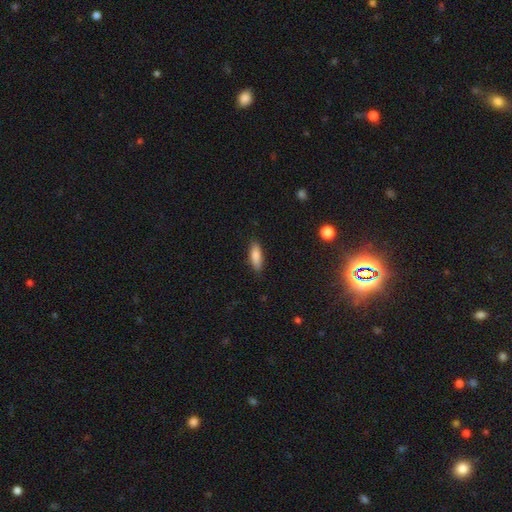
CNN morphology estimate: Smooth or featured?
  - smooth: 85% *
  - featured or disk: 8%
  - star or artifact: 7%
How rounded?
  - in between: 58% *
  - cigar-shaped: 40%
  - round: 2%
Merging?
  - none: 85% *
  - minor disturbance: 11%
  - major disturbance: 2%
  - merger: 1%